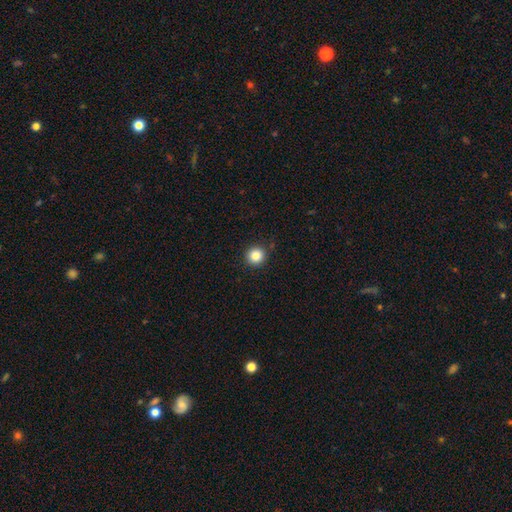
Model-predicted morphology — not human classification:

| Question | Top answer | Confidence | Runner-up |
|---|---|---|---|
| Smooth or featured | smooth | 84% | star or artifact (11%) |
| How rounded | round | 94% | in between (5%) |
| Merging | none | 90% | minor disturbance (7%) |